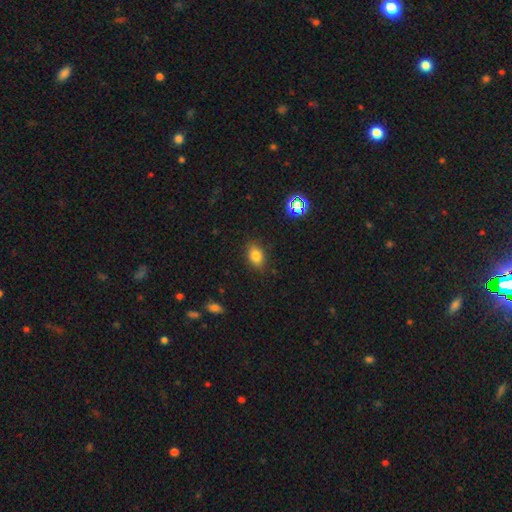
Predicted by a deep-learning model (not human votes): Smooth or featured: smooth — 81% (star or artifact — 12%)
How rounded: in between — 76% (round — 22%)
Merging: none — 85% (minor disturbance — 11%)